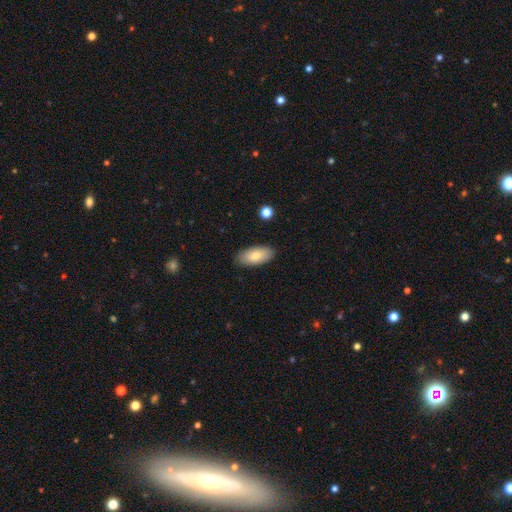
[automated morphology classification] This appears to be a smooth galaxy with no disk features (81%) that is in between round and cigar-shaped (91%). Merging: none (86%).